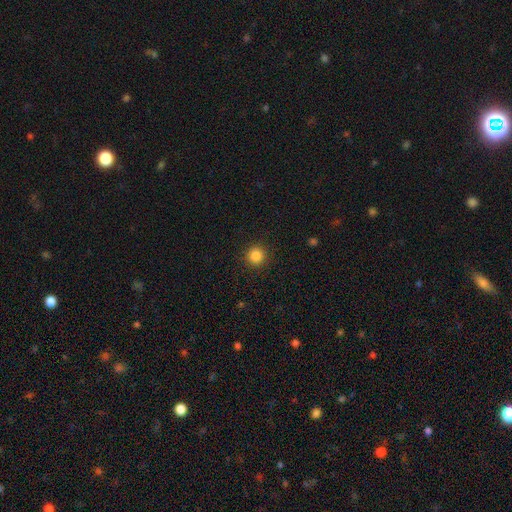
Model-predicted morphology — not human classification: Smooth or featured?
  - smooth: 84% *
  - star or artifact: 12%
  - featured or disk: 4%
How rounded?
  - round: 95% *
  - in between: 4%
  - cigar-shaped: 1%
Merging?
  - none: 92% *
  - minor disturbance: 5%
  - major disturbance: 2%
  - merger: 1%